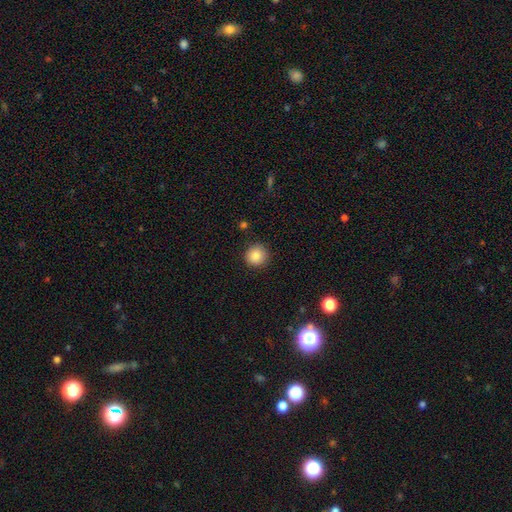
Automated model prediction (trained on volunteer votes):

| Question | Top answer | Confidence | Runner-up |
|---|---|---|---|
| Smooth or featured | smooth | 87% | star or artifact (9%) |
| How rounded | round | 93% | in between (6%) |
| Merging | none | 89% | minor disturbance (8%) |